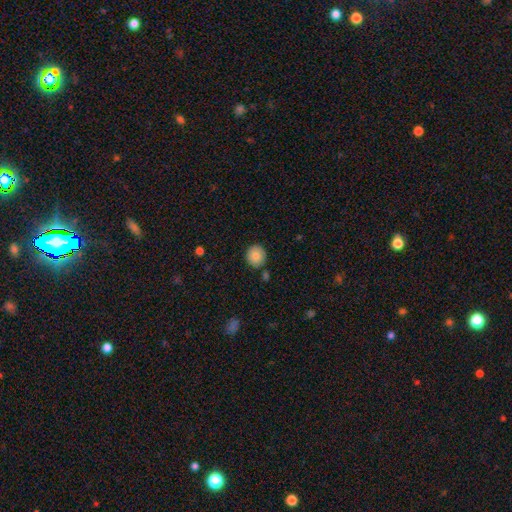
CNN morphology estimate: smooth 81%, featured or disk 10%, star or artifact 8%. Down the decision tree: how rounded — round (89%); merging — none (83%).